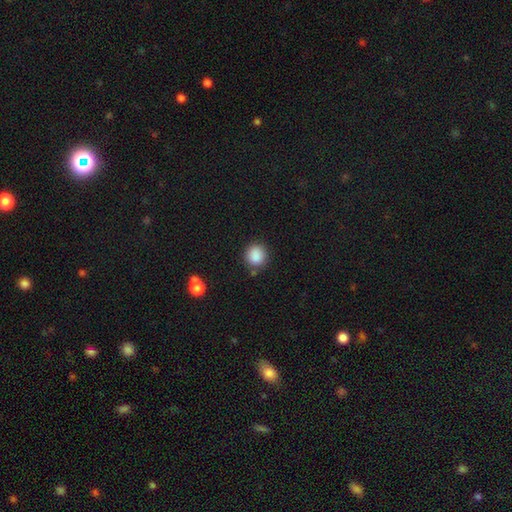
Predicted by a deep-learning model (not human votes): Smooth or featured? Predicted: smooth (p=0.87). How rounded? Predicted: round (p=0.84). Merging? Predicted: none (p=0.80).